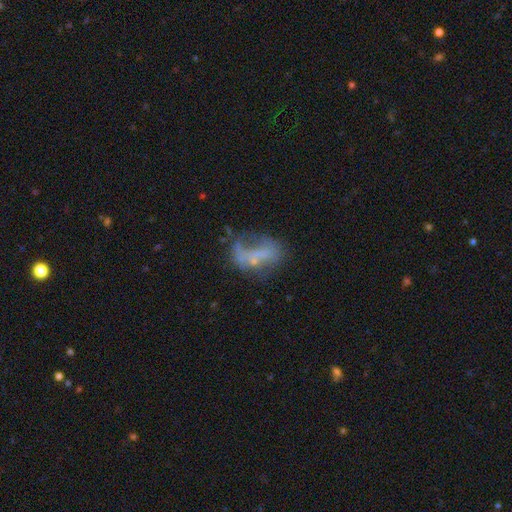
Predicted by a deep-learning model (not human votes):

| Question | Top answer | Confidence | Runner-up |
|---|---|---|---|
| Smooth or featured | featured or disk | 51% | smooth (34%) |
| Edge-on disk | no | 95% | yes (5%) |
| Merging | major disturbance | 33% | none (32%) |